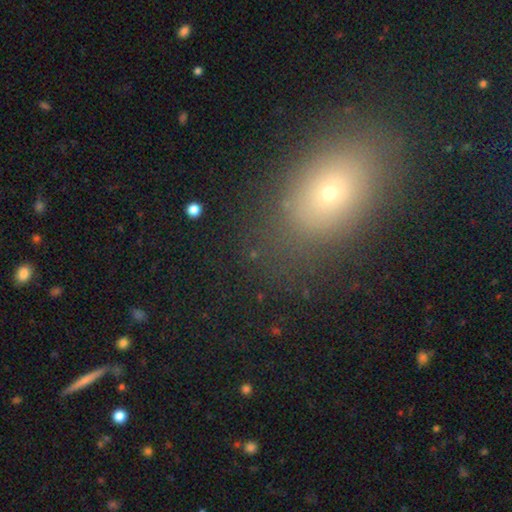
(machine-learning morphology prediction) Smooth or featured? Predicted: smooth (p=0.62). How rounded? Predicted: in between (p=0.70). Merging? Predicted: none (p=0.81).